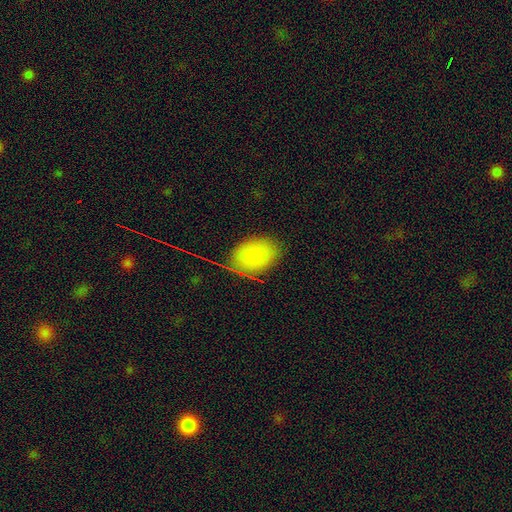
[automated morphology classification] type=smooth (80%); roundness=in between (83%); merging=none (74%).